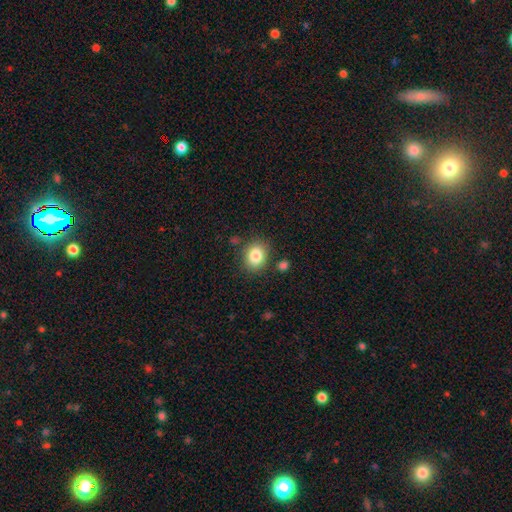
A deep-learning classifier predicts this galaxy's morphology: A smooth galaxy with no disk features (83%) that is round (59%). Merging: none (81%).